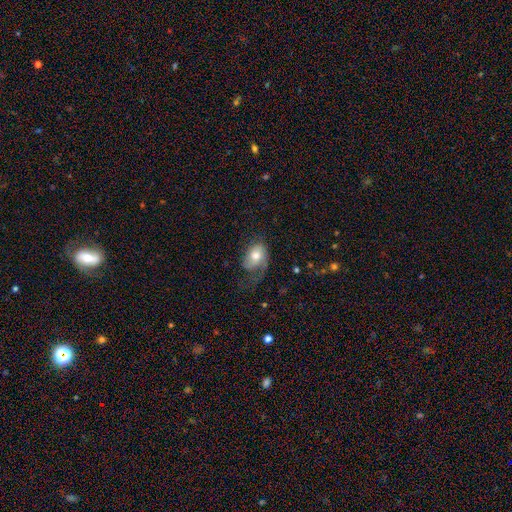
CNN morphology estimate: Smooth or featured? Predicted: featured or disk (p=0.47). Merging? Predicted: major disturbance (p=0.38).